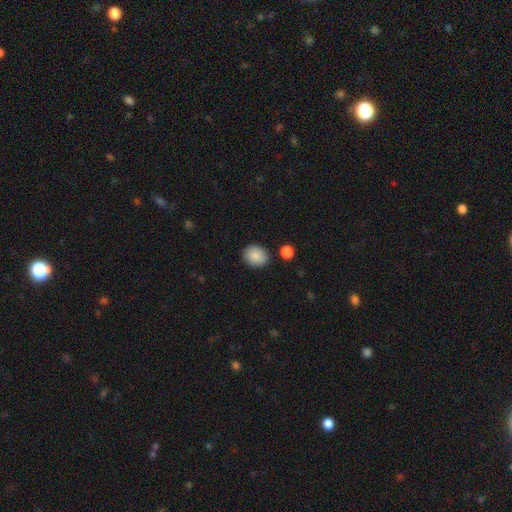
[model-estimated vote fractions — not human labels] The model was most divided on "how rounded": round: 55%, in between: 44%, cigar-shaped: 1%. More confident: smooth or featured — smooth (88%); merging — none (87%).